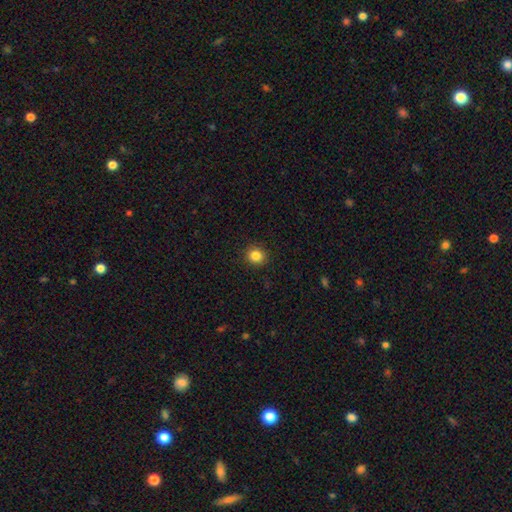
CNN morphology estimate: type=smooth (85%); roundness=round (90%); merging=none (91%).